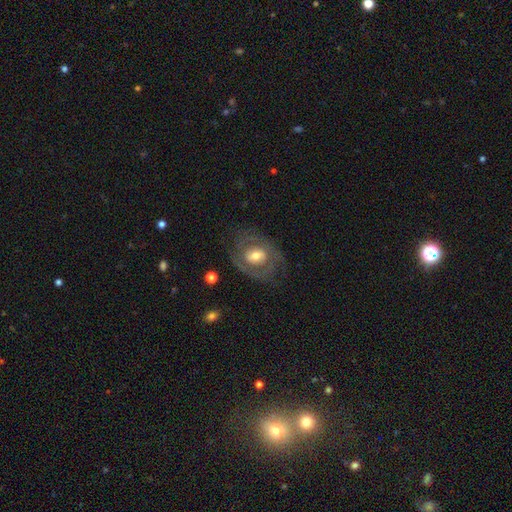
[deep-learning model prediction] This appears to be a featured or disk galaxy (65%) with no bar (56%), spiral arms (55%) and a moderate central bulge (66%). Merging: none (68%).